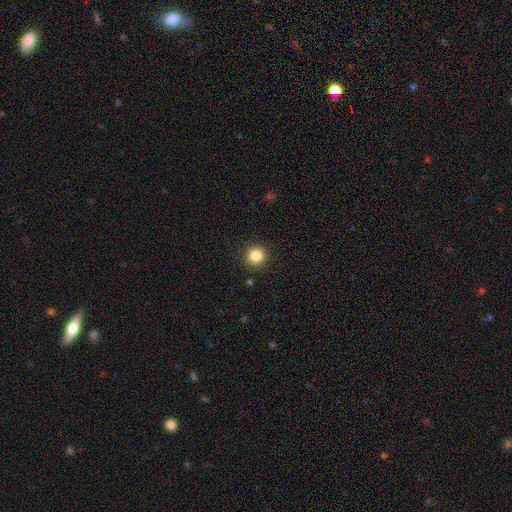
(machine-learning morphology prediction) This is clearly a smooth galaxy (85%). How rounded: clearly round (95%). Merging: clearly none (92%).